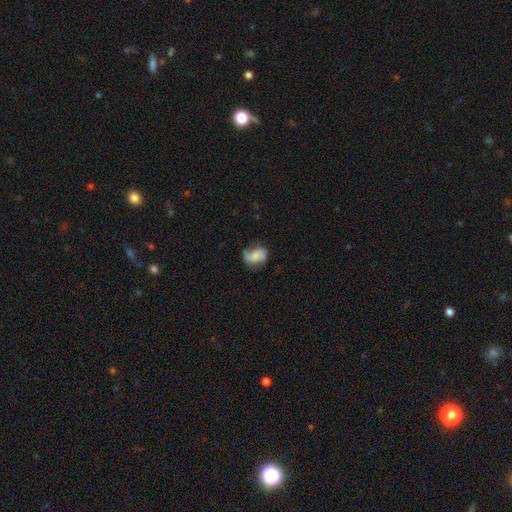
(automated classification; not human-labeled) smooth-or-featured: smooth: 57% | featured or disk: 34% | star or artifact: 8%
  how-rounded: in between: 74% | round: 24% | cigar-shaped: 2%
  merging: none: 62% | minor disturbance: 26% | major disturbance: 10% | merger: 1%